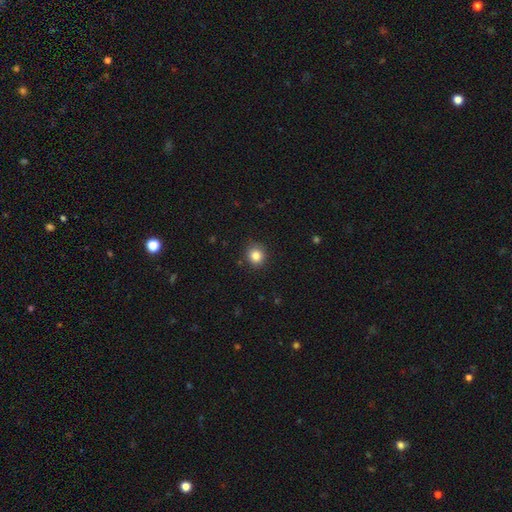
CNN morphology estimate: Smooth or featured? Predicted: smooth (p=0.84). How rounded? Predicted: round (p=0.88). Merging? Predicted: none (p=0.88).